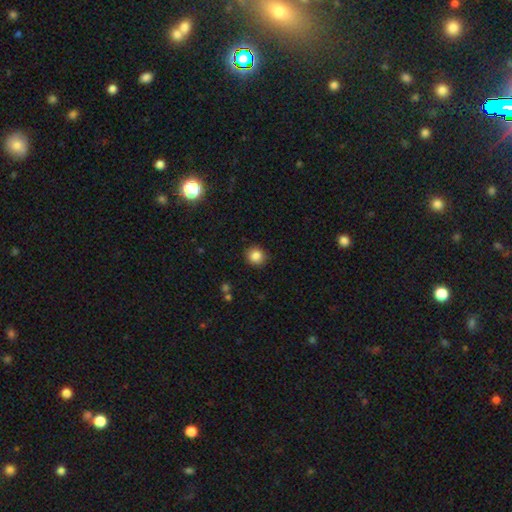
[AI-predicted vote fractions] A smooth galaxy with no disk features (85%) that is round (89%).

Vote fractions:
- Smooth or featured? smooth: 85% / star or artifact: 10% / featured or disk: 5%
- How rounded? round: 89% / in between: 10% / cigar-shaped: 1%
- Merging? none: 90% / minor disturbance: 7% / major disturbance: 2% / merger: 1%